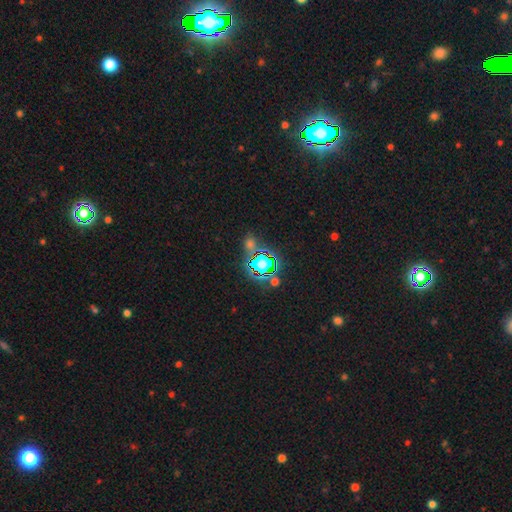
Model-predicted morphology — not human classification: smooth_or_featured: star or artifact (p=0.79) [alt: smooth p=0.13]